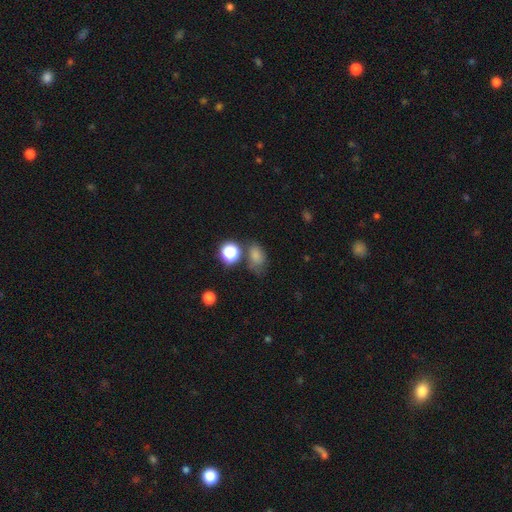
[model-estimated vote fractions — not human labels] Smooth or featured? Predicted: smooth (p=0.72). How rounded? Predicted: in between (p=0.71). Merging? Predicted: none (p=0.54).